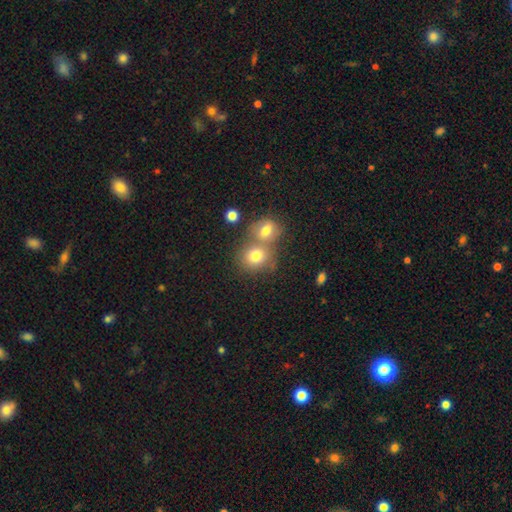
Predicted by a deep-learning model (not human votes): smooth 78%, star or artifact 11%, featured or disk 11%. Down the decision tree: how rounded — round (73%); merging — merger (47%).